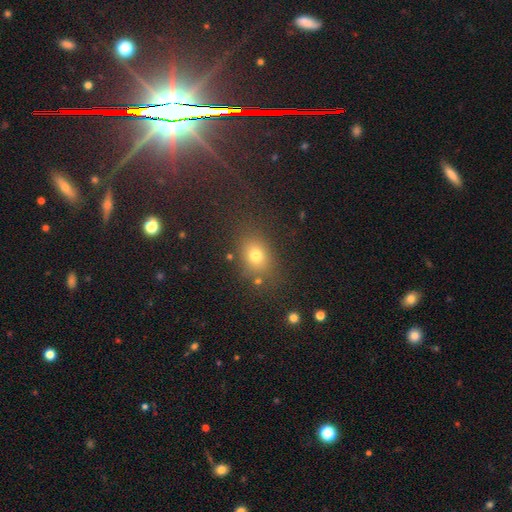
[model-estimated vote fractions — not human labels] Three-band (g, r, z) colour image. It shows a smooth galaxy with no disk features (73%) that is in between round and cigar-shaped (57%). Merging: none (74%).